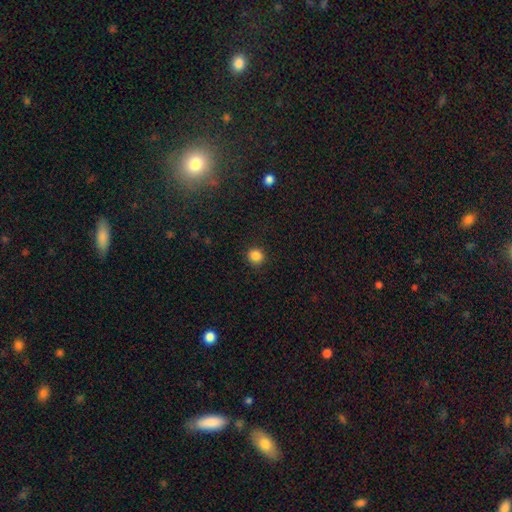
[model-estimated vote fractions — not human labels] Q: Smooth or featured?
A: smooth (86%); runner-up: star or artifact (11%)
Q: How rounded?
A: round (92%); runner-up: in between (7%)
Q: Merging?
A: none (91%); runner-up: minor disturbance (6%)